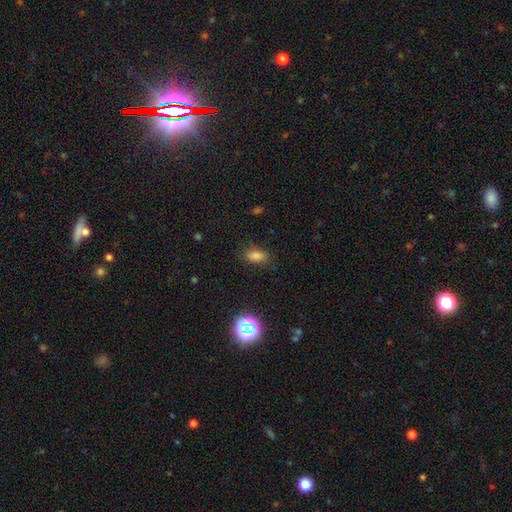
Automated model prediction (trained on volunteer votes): Smooth or featured: smooth — 78% (star or artifact — 16%)
How rounded: in between — 86% (round — 10%)
Merging: none — 79% (minor disturbance — 15%)